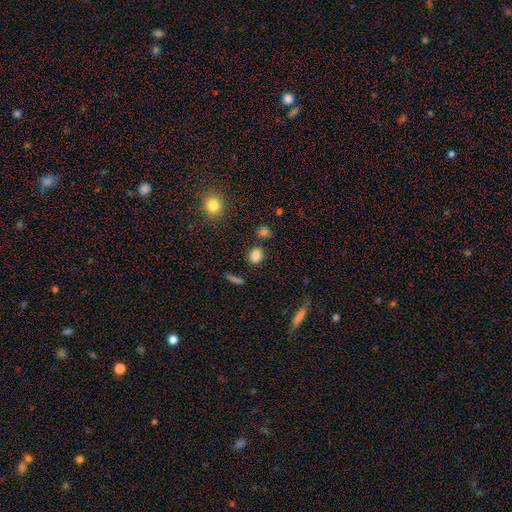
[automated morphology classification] Smooth or featured? smooth (82%)
How rounded? round (50%)
Merging? none (82%)